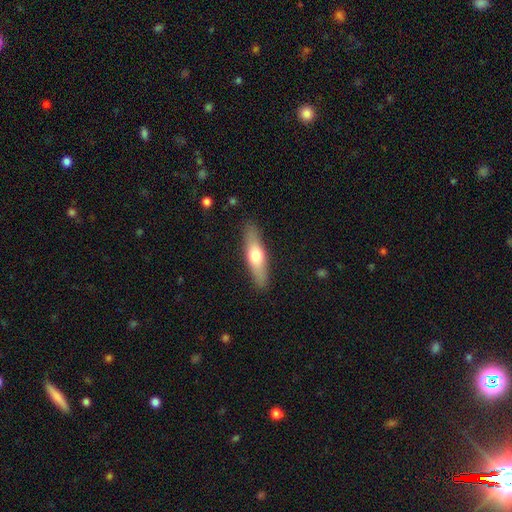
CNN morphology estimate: This is possibly a smooth galaxy (56%). How rounded: likely cigar-shaped (68%). Merging: clearly none (88%).